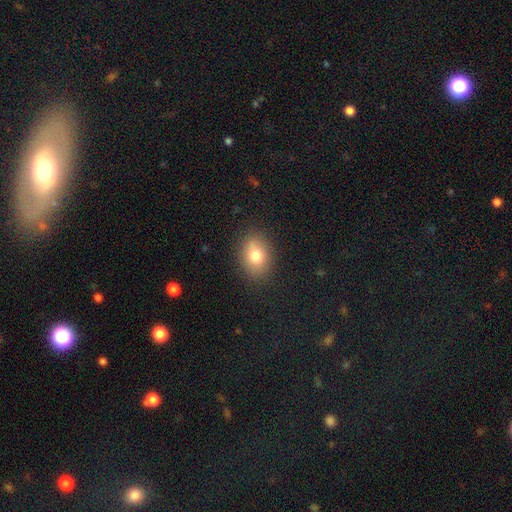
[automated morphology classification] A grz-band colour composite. It shows a smooth galaxy with no disk features (78%) that is in between round and cigar-shaped (66%). Merging: none (84%).